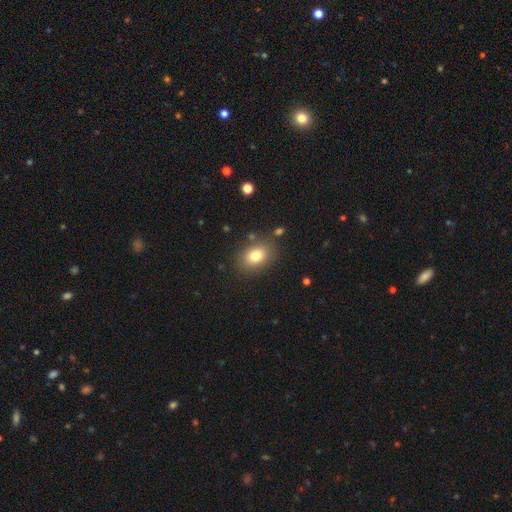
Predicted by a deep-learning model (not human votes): A smooth galaxy with no disk features (80%) that is in between round and cigar-shaped (70%).

Vote fractions:
- Smooth or featured? smooth: 80% / star or artifact: 10% / featured or disk: 10%
- How rounded? in between: 70% / round: 29% / cigar-shaped: 1%
- Merging? none: 82% / minor disturbance: 11% / major disturbance: 4% / merger: 3%